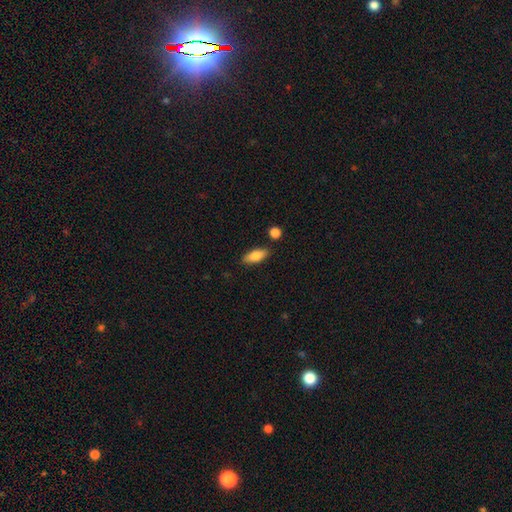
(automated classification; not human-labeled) Smooth or featured? smooth (80%)
How rounded? in between (77%)
Merging? none (84%)